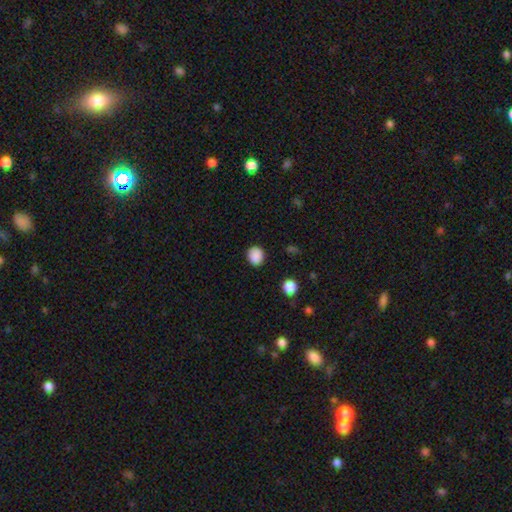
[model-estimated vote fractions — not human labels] The model was most divided on "how rounded": round: 75%, in between: 24%, cigar-shaped: 1%. More confident: smooth or featured — smooth (88%); merging — none (86%).